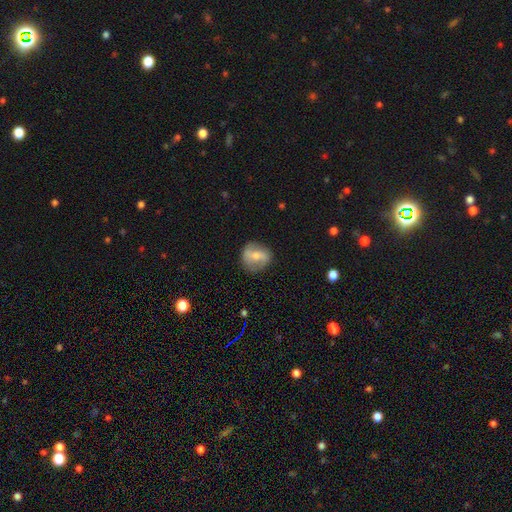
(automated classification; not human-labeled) The model was most divided on "smooth or featured": featured or disk: 50%, smooth: 43%, star or artifact: 7%. More confident: merging — none (79%).